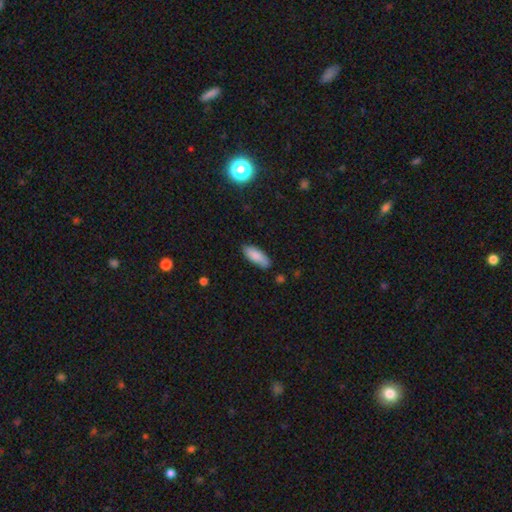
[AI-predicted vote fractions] smooth 85%, featured or disk 9%, star or artifact 6%. Down the decision tree: how rounded — in between (75%); merging — none (82%).